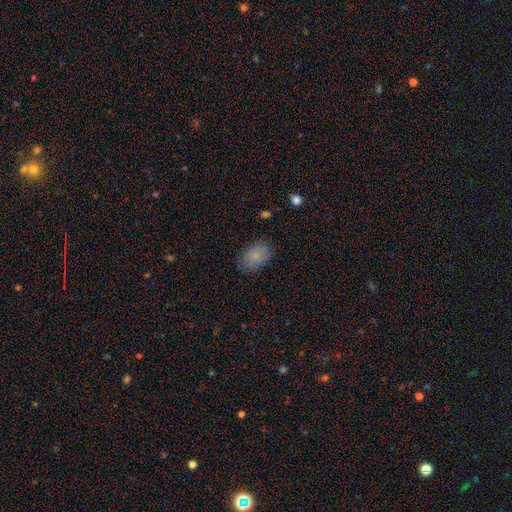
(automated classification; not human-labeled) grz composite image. It shows a smooth galaxy with no disk features (83%) that is in between round and cigar-shaped (85%). Merging: none (81%).